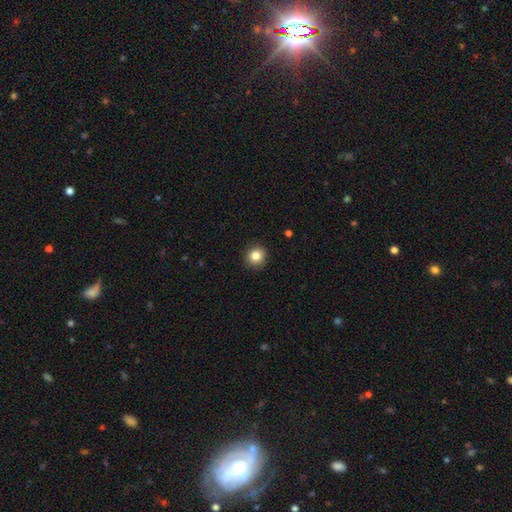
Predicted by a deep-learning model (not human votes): Morphology: type=smooth (84%); roundness=round (91%); merging=none (92%).